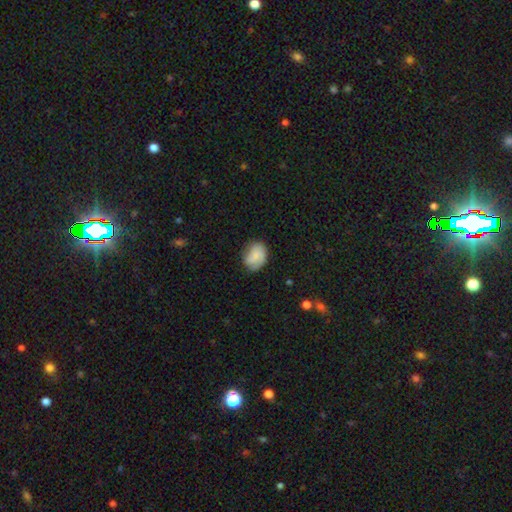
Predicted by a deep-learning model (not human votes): Smooth or featured? smooth (50%)
How rounded? in between (56%)
Merging? none (70%)